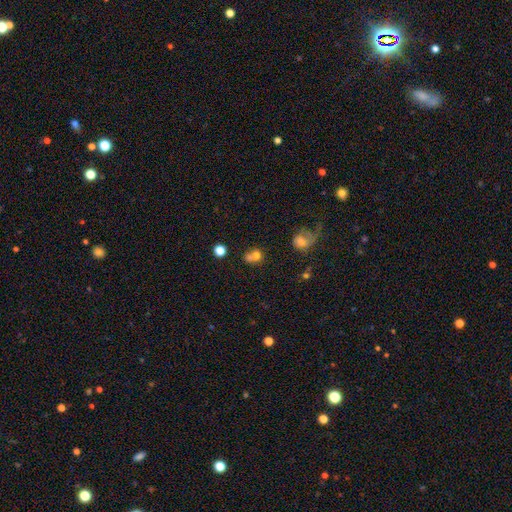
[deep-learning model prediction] Morphology: type=smooth (72%); roundness=round (71%); merging=merger (52%).